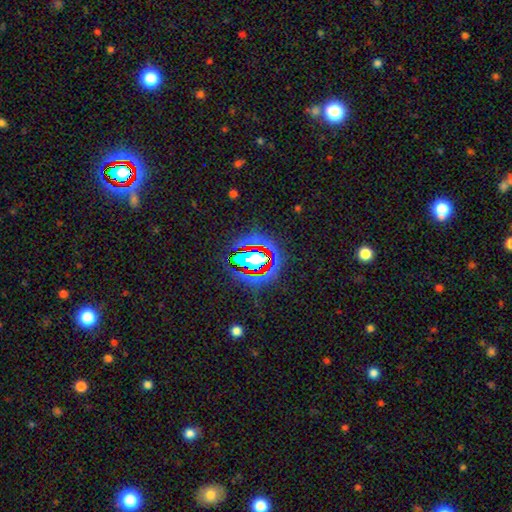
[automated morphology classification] The model was most divided on "smooth or featured": star or artifact: 62%, smooth: 24%, featured or disk: 14%.